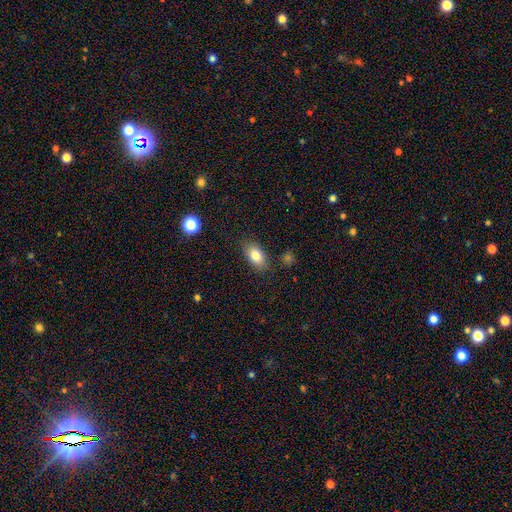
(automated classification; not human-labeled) Overall: smooth (82%). How rounded: in between (90%). Merging: none (84%).